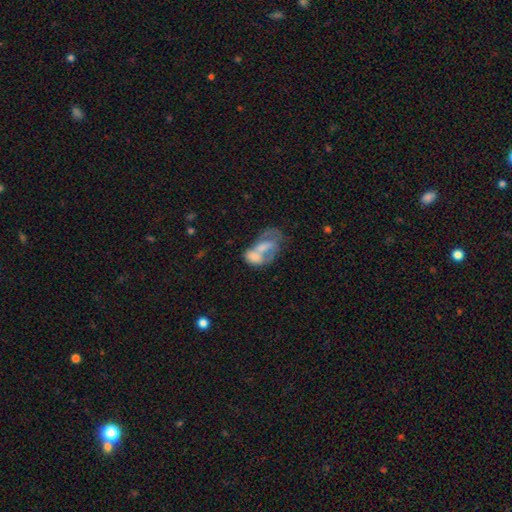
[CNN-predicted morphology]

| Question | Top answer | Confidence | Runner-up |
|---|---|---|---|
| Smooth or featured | smooth | 51% | featured or disk (39%) |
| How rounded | in between | 84% | round (13%) |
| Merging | merger | 56% | major disturbance (17%) |